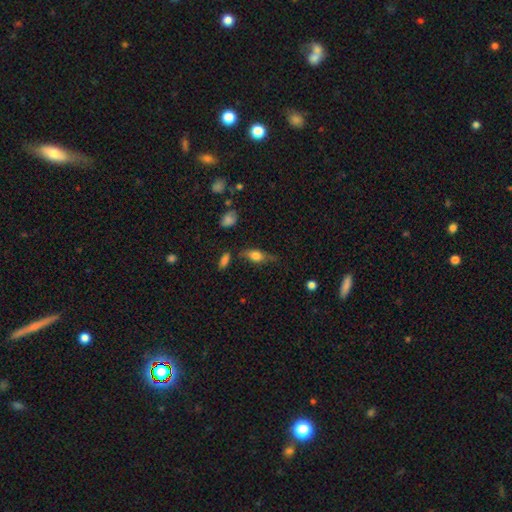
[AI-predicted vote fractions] Smooth or featured: smooth — 60% (featured or disk — 32%)
How rounded: in between — 71% (cigar-shaped — 22%)
Merging: none — 63% (minor disturbance — 25%)